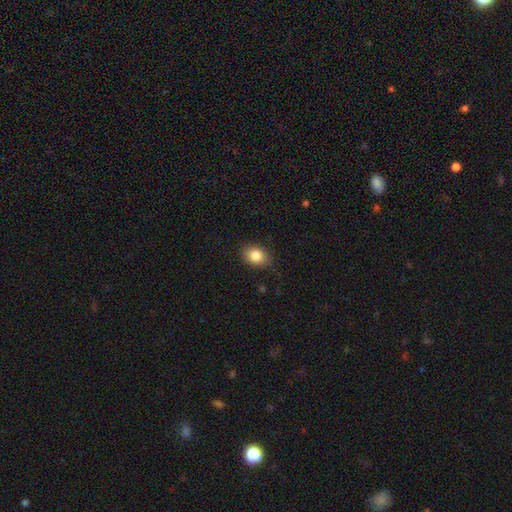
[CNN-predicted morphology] Overall: smooth (85%). How rounded: in between (67%; round 32%). Merging: none (82%).